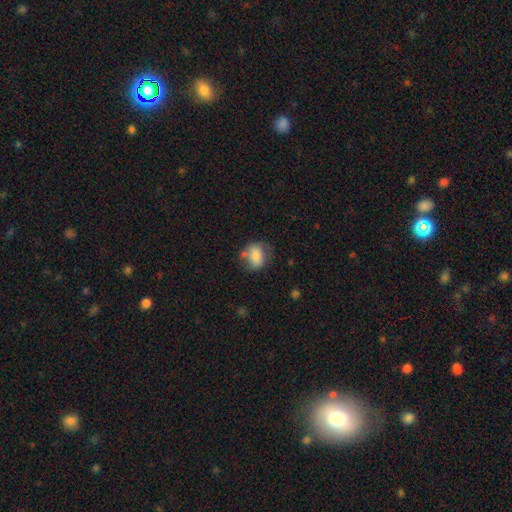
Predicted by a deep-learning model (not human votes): smooth_or_featured: smooth (p=0.77) [alt: featured or disk p=0.15]
how_rounded: in between (p=0.56) [alt: round p=0.42]
merging: none (p=0.57) [alt: minor disturbance p=0.25]